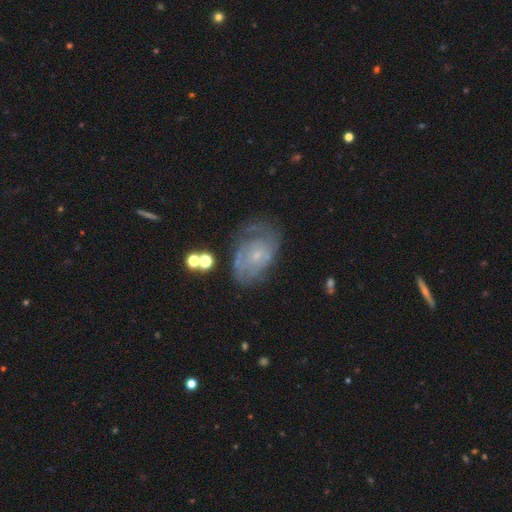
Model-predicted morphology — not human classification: smooth_or_featured: featured or disk (p=0.73) [alt: smooth p=0.18]
disk_edge_on: no (p=0.97) [alt: yes p=0.03]
bar: no (p=0.75) [alt: weak p=0.22]
has_spiral_arms: yes (p=0.84) [alt: no p=0.16]
spiral_winding: tight (p=0.54) [alt: medium p=0.33]
spiral_arm_count: can't tell (p=0.45) [alt: 2 p=0.29]
bulge_size: small (p=0.77) [alt: moderate p=0.15]
merging: none (p=0.56) [alt: minor disturbance p=0.25]